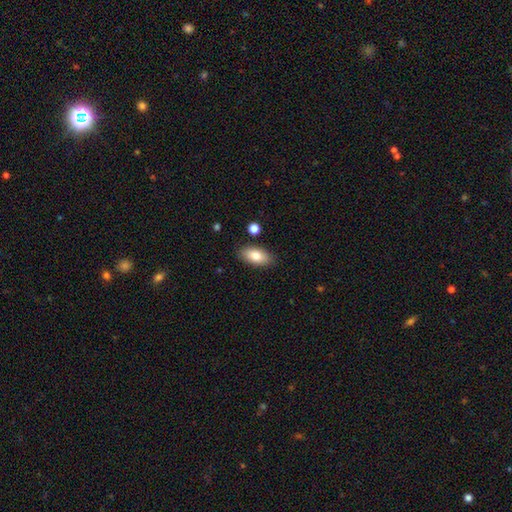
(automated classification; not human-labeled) smooth 83%, featured or disk 11%, star or artifact 7%. Down the decision tree: how rounded — in between (89%); merging — none (86%).